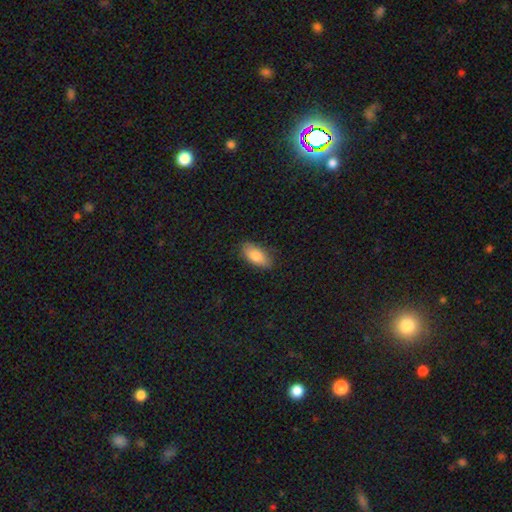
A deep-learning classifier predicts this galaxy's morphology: Overall: smooth (82%). How rounded: in between (89%). Merging: none (83%).